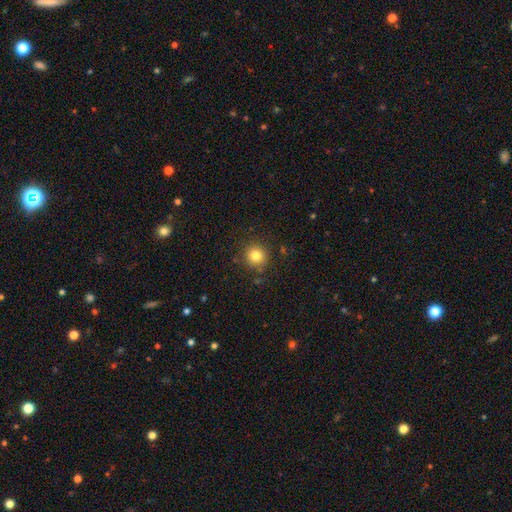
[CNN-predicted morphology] smooth-or-featured: smooth: 81% | star or artifact: 12% | featured or disk: 7%
  how-rounded: round: 93% | in between: 6% | cigar-shaped: 1%
  merging: none: 87% | minor disturbance: 8% | major disturbance: 3% | merger: 2%